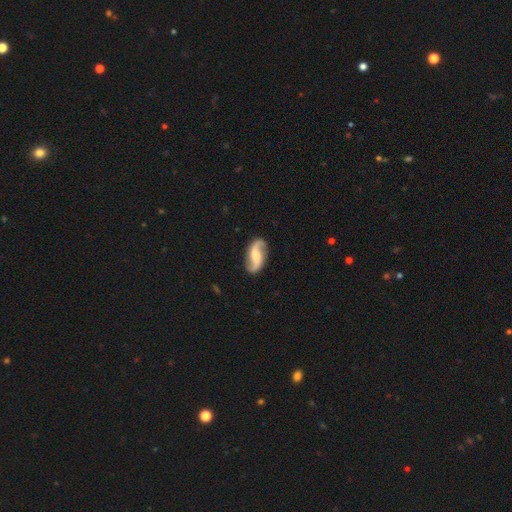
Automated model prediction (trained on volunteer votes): This appears to be a featured or disk galaxy (88%) with no bar (40%, tied with weak), 2 (94%) loose (66%) spiral arms (97%) and a moderate central bulge (49%). Merging: none (87%).